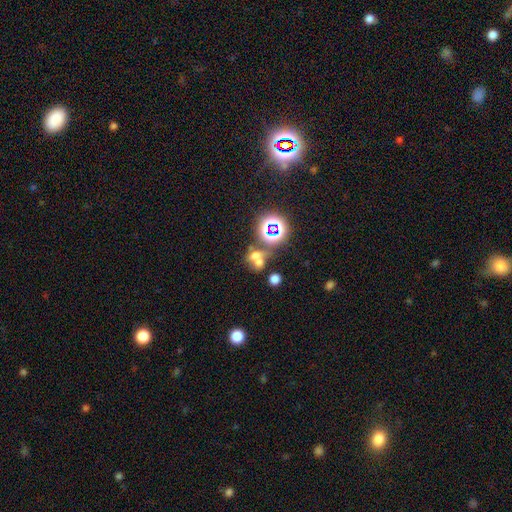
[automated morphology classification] Smooth or featured? smooth (48%)
Merging? merger (48%)